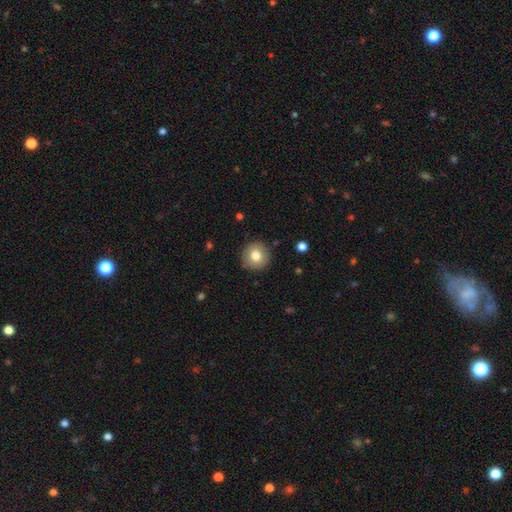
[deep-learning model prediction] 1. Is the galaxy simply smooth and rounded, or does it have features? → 79% smooth, 11% featured or disk, 9% star or artifact.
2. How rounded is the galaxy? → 94% round, 5% in between, 1% cigar-shaped.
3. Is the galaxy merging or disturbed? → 90% none, 7% minor disturbance, 2% major disturbance, 1% merger.